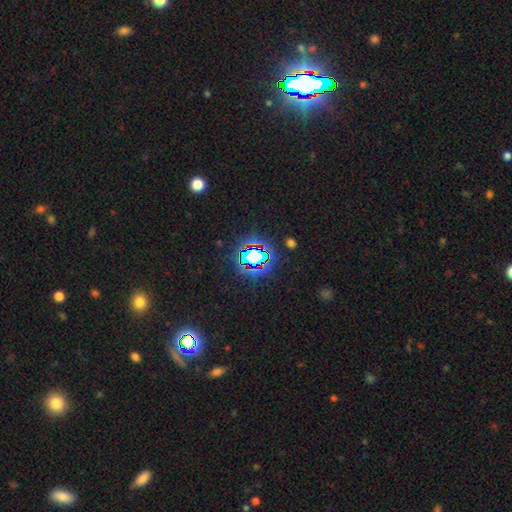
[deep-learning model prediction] A star or artifact, not a galaxy (67%).